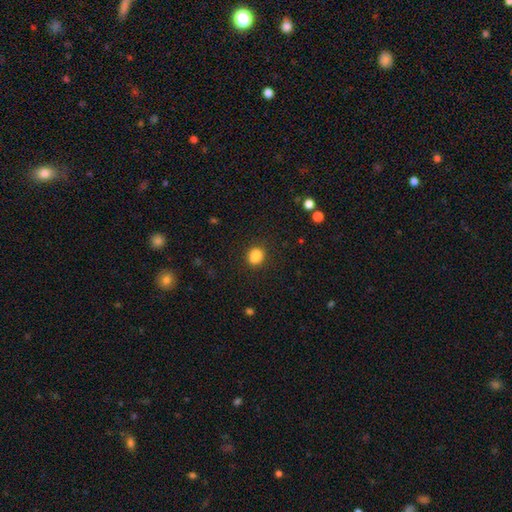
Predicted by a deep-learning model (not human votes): smooth_or_featured: smooth (p=0.86) [alt: star or artifact p=0.11]
how_rounded: round (p=0.62) [alt: in between p=0.37]
merging: none (p=0.84) [alt: minor disturbance p=0.11]